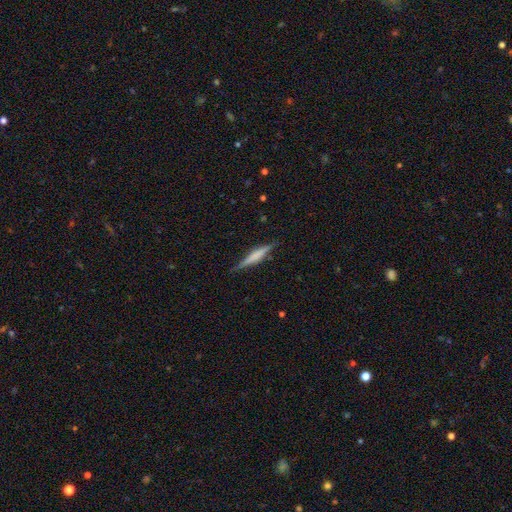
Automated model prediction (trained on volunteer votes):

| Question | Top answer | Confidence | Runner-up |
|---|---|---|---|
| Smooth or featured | featured or disk | 55% | smooth (38%) |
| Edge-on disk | yes | 97% | no (3%) |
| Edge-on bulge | rounded | 36% | boxy (35%) |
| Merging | none | 86% | minor disturbance (11%) |